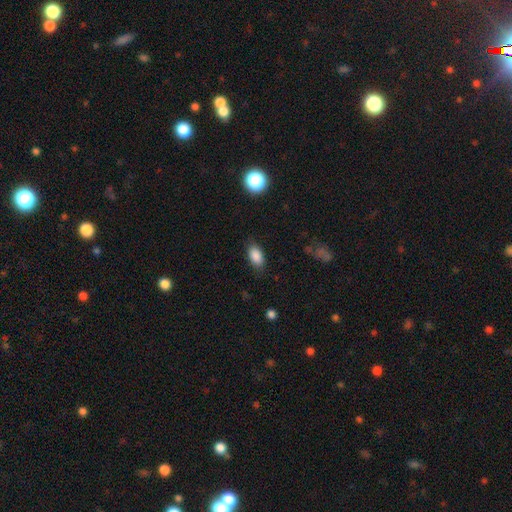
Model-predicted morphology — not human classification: smooth_or_featured: smooth (p=0.88) [alt: star or artifact p=0.08]
how_rounded: in between (p=0.91) [alt: round p=0.06]
merging: none (p=0.82) [alt: minor disturbance p=0.13]